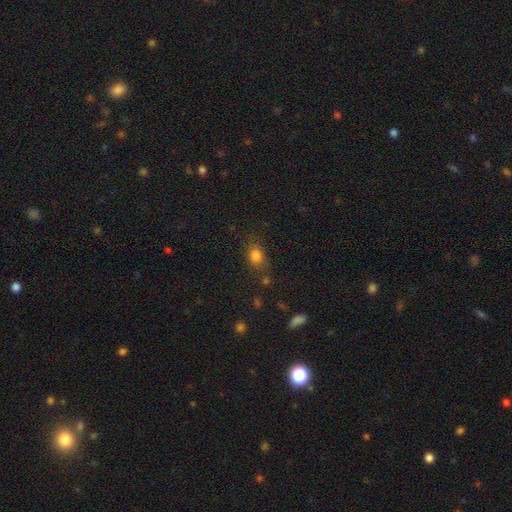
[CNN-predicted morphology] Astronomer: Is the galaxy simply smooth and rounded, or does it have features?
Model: smooth — 80%.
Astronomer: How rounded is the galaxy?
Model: in between — 65%.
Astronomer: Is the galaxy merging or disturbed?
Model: none — 70%.